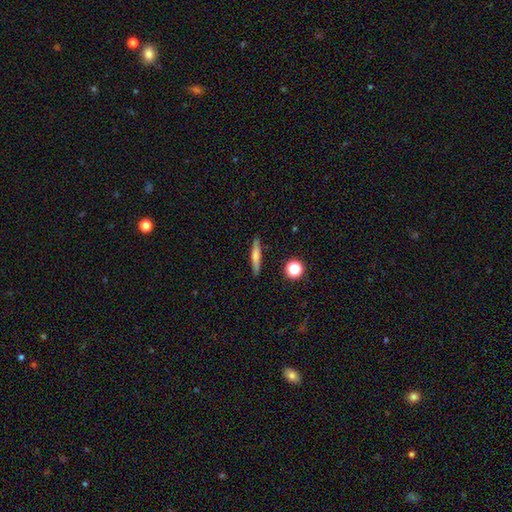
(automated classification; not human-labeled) This is likely a smooth galaxy (63%). How rounded: clearly cigar-shaped (88%). Merging: clearly none (87%).